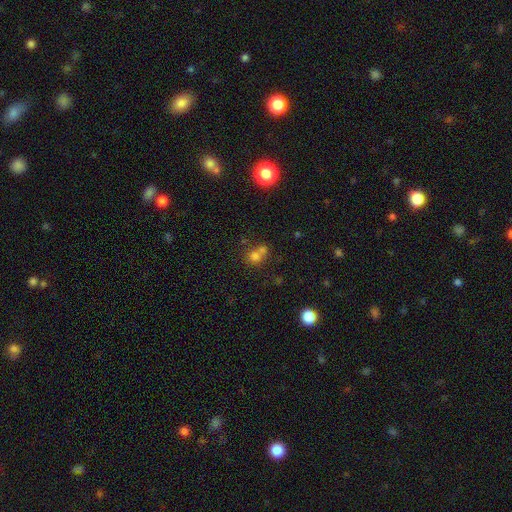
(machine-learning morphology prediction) Smooth or featured? smooth (71%)
How rounded? round (81%)
Merging? merger (51%)